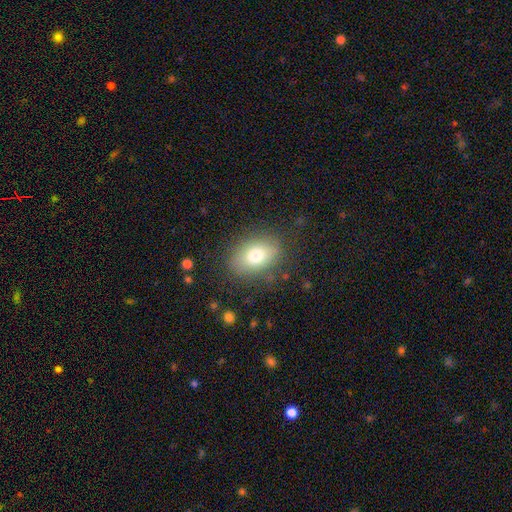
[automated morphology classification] smooth_or_featured: smooth (p=0.75) [alt: featured or disk p=0.15]
how_rounded: in between (p=0.75) [alt: round p=0.24]
merging: none (p=0.80) [alt: minor disturbance p=0.13]